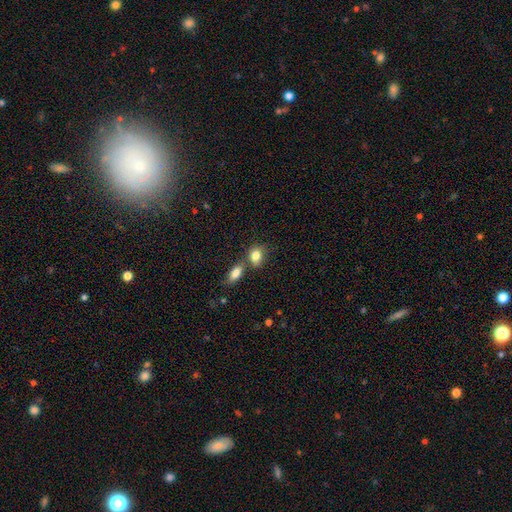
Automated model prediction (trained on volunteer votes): Smooth or featured? smooth (83%)
How rounded? in between (60%)
Merging? none (48%)